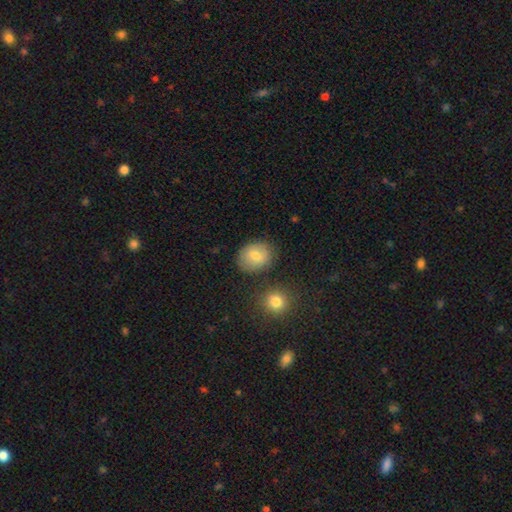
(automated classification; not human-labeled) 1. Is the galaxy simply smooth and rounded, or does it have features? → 75% smooth, 15% featured or disk, 9% star or artifact.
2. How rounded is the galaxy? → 57% round, 42% in between, 1% cigar-shaped.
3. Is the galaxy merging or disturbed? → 79% none, 12% minor disturbance, 6% merger, 3% major disturbance.